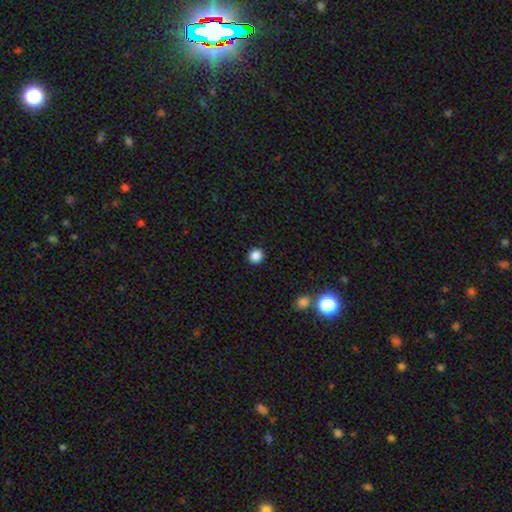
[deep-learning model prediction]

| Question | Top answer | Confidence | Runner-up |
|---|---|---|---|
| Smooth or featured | smooth | 86% | star or artifact (11%) |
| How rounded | round | 94% | in between (5%) |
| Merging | none | 93% | minor disturbance (4%) |